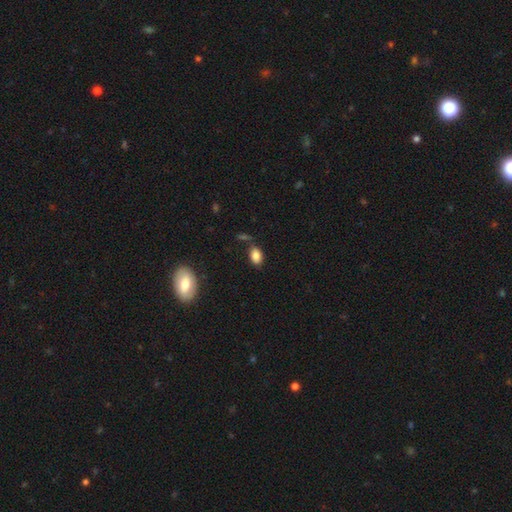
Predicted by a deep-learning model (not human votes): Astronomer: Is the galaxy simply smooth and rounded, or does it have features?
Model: smooth — 85%.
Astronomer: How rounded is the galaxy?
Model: in between — 89%.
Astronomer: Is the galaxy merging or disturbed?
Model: none — 70%.